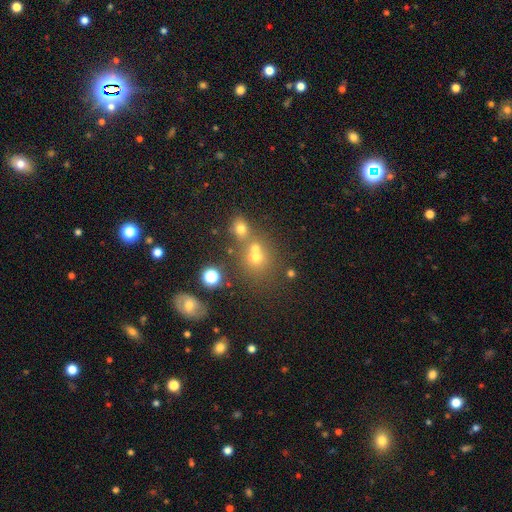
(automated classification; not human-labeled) smooth 51%, star or artifact 36%, featured or disk 13%. Down the decision tree: how rounded — round (78%); merging — none (54%).